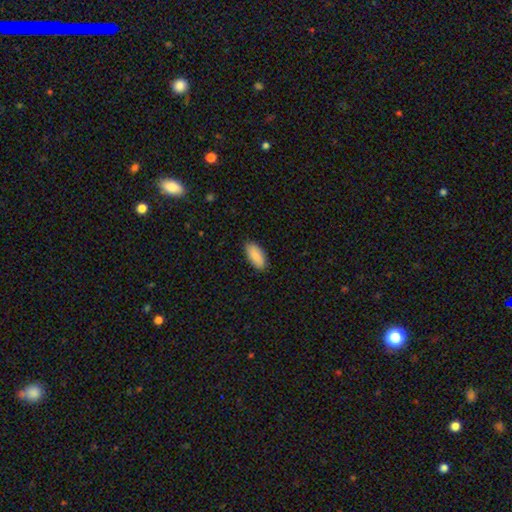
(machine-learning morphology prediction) The model was most divided on "merging": none: 87%, minor disturbance: 10%, major disturbance: 2%, merger: 1%. More confident: how rounded — in between (91%); smooth or featured — smooth (89%).